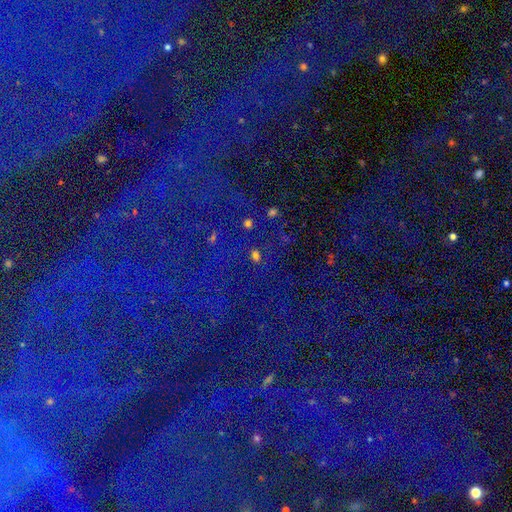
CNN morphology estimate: type=star or artifact (72%).